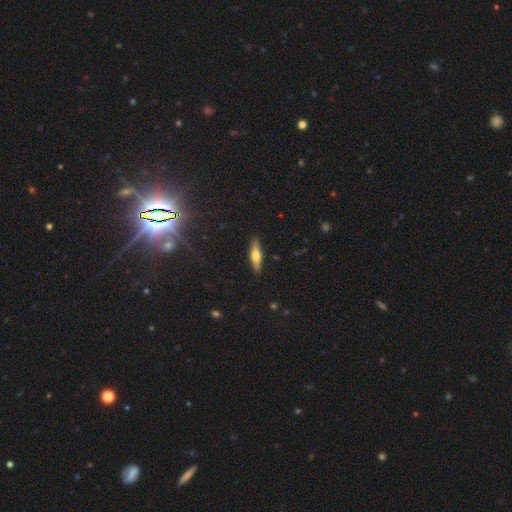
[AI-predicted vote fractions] A featured or disk galaxy (51%) viewed edge-on (93%).

Vote fractions:
- Smooth or featured? featured or disk: 51% / smooth: 42% / star or artifact: 7%
- Edge-on disk? yes: 93% / no: 7%
- Merging? none: 90% / minor disturbance: 7% / major disturbance: 2% / merger: 1%